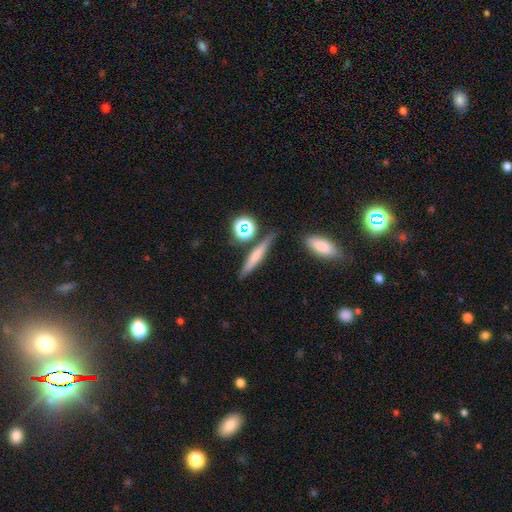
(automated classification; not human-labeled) Morphology: type=smooth (59%); roundness=cigar-shaped (83%); merging=none (77%).